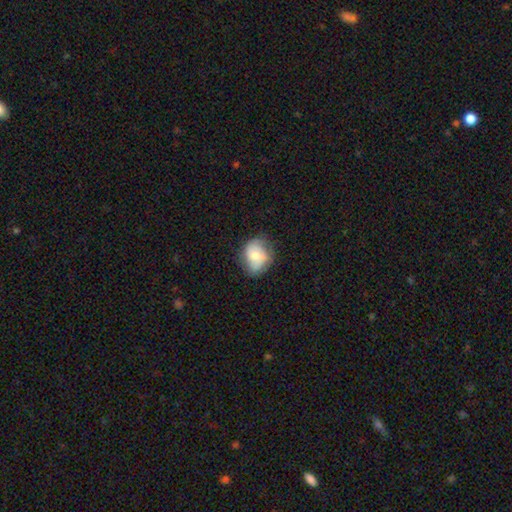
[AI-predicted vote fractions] Smooth or featured: smooth — 61% (featured or disk — 31%)
How rounded: round — 52% (in between — 47%)
Merging: none — 65% (minor disturbance — 26%)